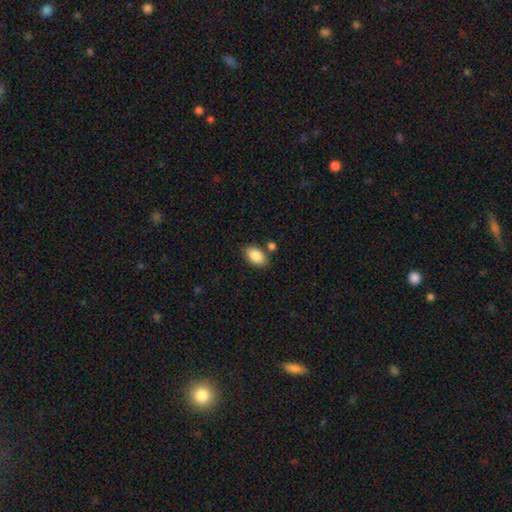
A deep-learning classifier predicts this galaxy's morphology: Q: Smooth or featured?
A: smooth (87%); runner-up: star or artifact (7%)
Q: How rounded?
A: in between (92%); runner-up: round (6%)
Q: Merging?
A: none (77%); runner-up: minor disturbance (12%)